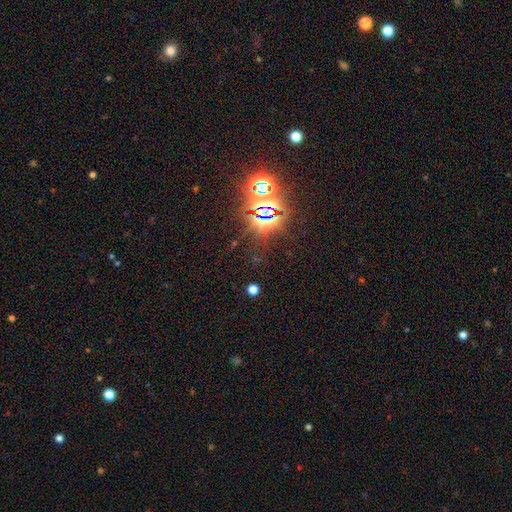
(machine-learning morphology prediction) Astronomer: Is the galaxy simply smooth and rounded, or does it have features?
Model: star or artifact — 81%.